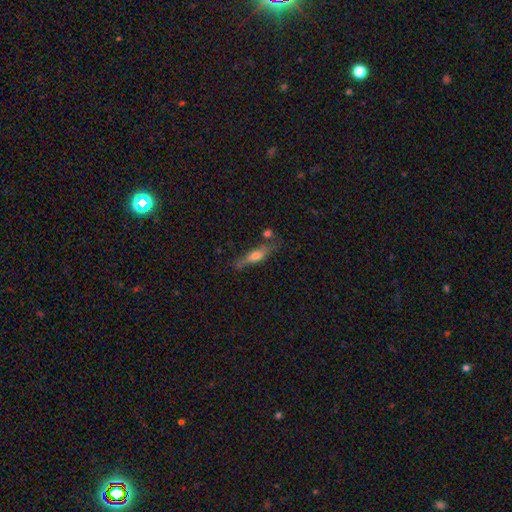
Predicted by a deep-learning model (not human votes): A smooth galaxy with no disk features (51%) that is cigar-shaped (72%).

Vote fractions:
- Smooth or featured? smooth: 51% / featured or disk: 42% / star or artifact: 7%
- How rounded? cigar-shaped: 72% / in between: 25% / round: 3%
- Merging? none: 66% / minor disturbance: 19% / merger: 9% / major disturbance: 6%